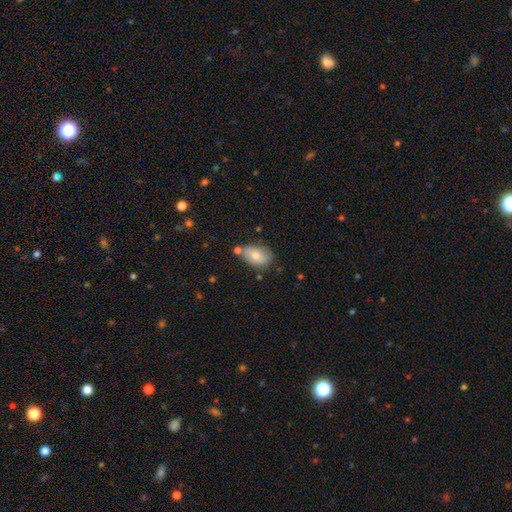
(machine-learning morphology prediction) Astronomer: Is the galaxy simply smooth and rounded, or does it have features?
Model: smooth — 73%.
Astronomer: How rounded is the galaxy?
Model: in between — 88%.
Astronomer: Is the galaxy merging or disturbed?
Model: none — 67%.